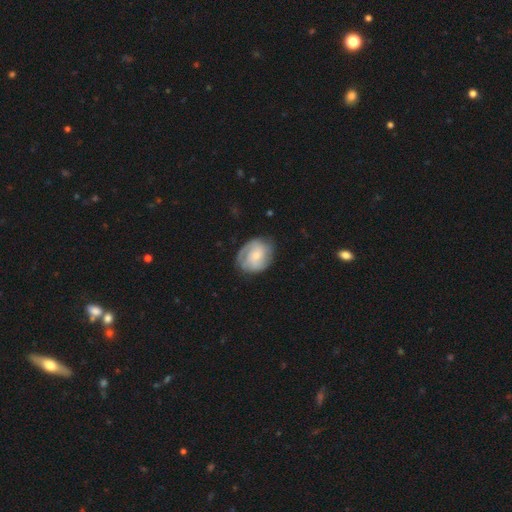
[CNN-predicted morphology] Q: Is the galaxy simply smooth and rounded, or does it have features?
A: featured or disk — 60%.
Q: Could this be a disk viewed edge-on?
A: no — 97%.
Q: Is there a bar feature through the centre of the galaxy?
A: no — 58%.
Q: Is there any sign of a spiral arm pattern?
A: yes — 86%.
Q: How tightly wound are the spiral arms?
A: tight — 49%.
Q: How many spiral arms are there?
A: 2 — 46%.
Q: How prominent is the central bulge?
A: small — 47%.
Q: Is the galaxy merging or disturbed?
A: none — 67%.